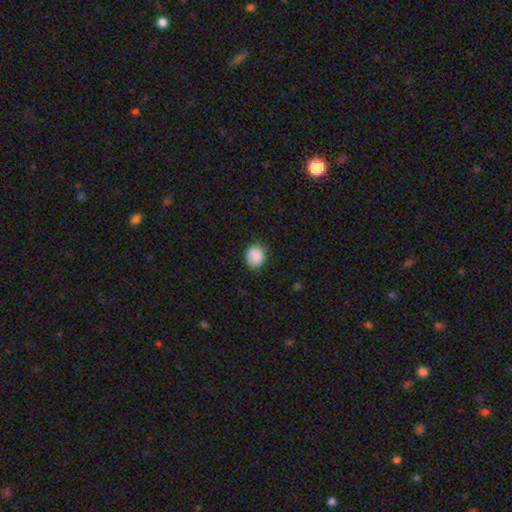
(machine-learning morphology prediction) Smooth or featured?
  - smooth: 88% *
  - star or artifact: 8%
  - featured or disk: 4%
How rounded?
  - round: 72% *
  - in between: 27%
  - cigar-shaped: 1%
Merging?
  - none: 78% *
  - minor disturbance: 18%
  - major disturbance: 4%
  - merger: 1%